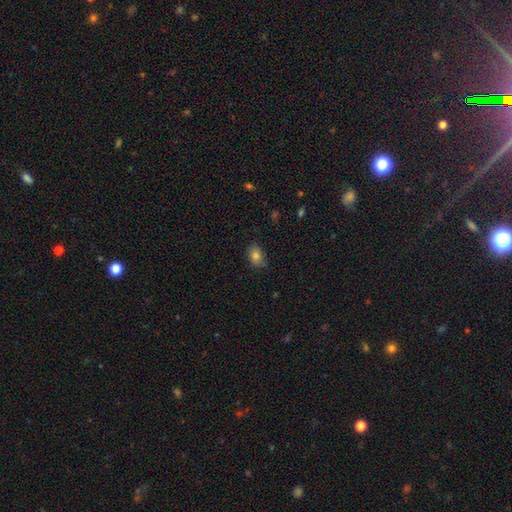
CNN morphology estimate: Smooth or featured? smooth (81%)
How rounded? in between (75%)
Merging? none (75%)